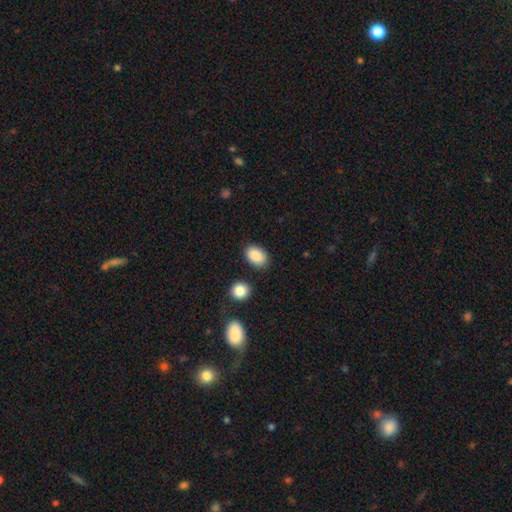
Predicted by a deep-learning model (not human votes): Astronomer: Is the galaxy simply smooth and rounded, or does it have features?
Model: smooth — 89%.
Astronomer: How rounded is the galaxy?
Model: in between — 87%.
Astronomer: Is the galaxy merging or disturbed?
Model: none — 84%.